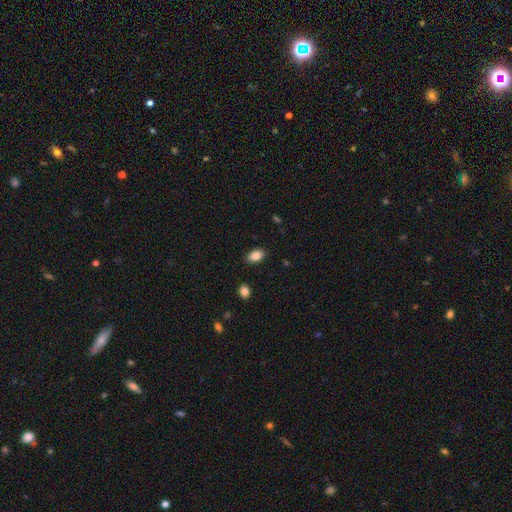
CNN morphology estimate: The model was most divided on "merging": none: 86%, minor disturbance: 10%, major disturbance: 2%, merger: 1%. More confident: how rounded — in between (91%); smooth or featured — smooth (86%).